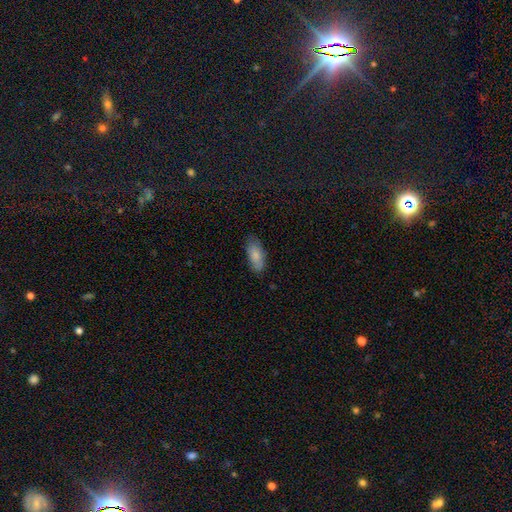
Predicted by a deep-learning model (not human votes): This is clearly a smooth galaxy (83%). How rounded: clearly in between (85%). Merging: likely none (77%).